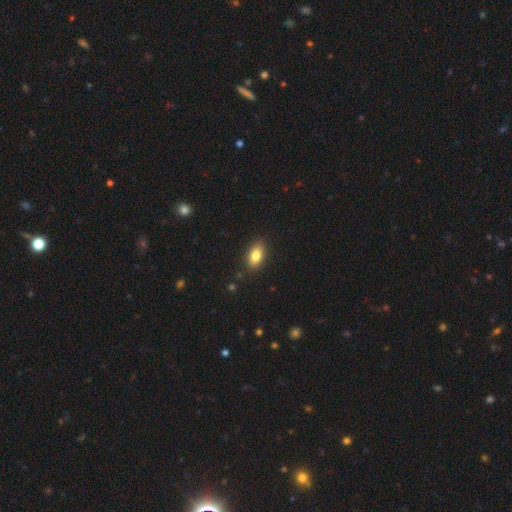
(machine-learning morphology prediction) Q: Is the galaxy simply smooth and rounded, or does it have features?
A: smooth — 83%.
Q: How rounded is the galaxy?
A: in between — 89%.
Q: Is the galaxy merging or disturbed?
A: none — 88%.